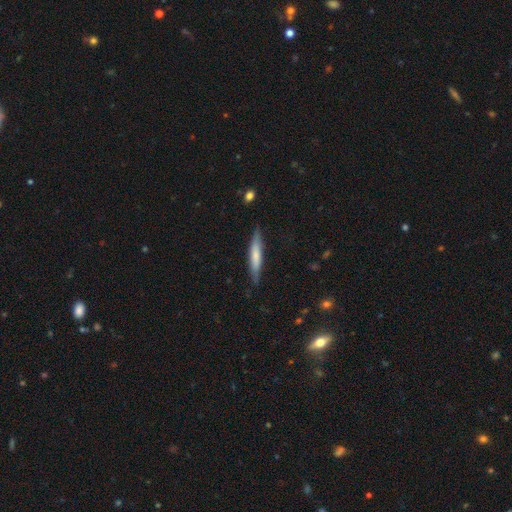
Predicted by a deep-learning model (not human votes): smooth-or-featured: smooth: 62% | featured or disk: 33% | star or artifact: 5%
  how-rounded: cigar-shaped: 90% | in between: 8% | round: 1%
  merging: none: 83% | minor disturbance: 13% | major disturbance: 2% | merger: 1%